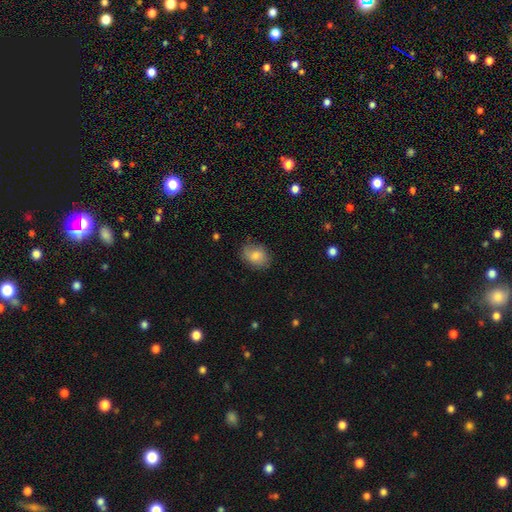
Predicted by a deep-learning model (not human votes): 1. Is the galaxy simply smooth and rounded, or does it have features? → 77% smooth, 15% featured or disk, 8% star or artifact.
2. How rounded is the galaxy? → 57% in between, 42% round, 1% cigar-shaped.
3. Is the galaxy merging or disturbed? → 71% none, 22% minor disturbance, 6% major disturbance, 1% merger.